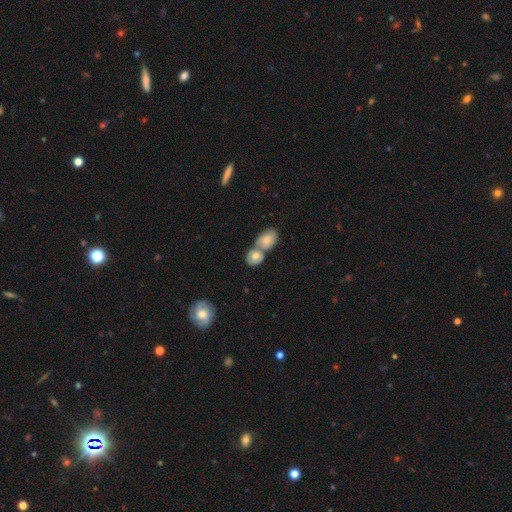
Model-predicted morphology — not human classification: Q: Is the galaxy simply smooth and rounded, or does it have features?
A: smooth — 61%.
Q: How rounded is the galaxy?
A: in between — 57%.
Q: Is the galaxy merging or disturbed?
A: merger — 52%.